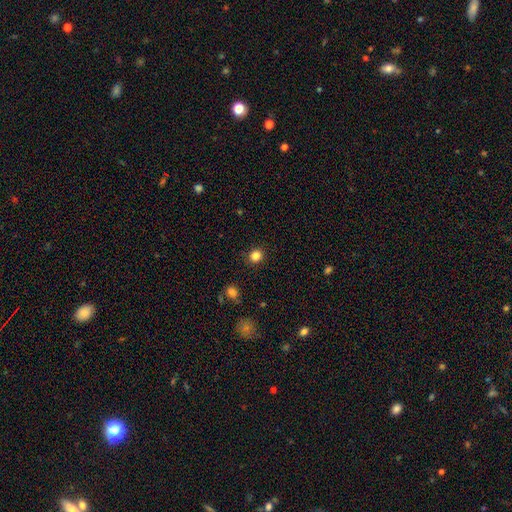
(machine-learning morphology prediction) smooth 84%, star or artifact 12%, featured or disk 4%. Down the decision tree: how rounded — round (86%); merging — none (90%).